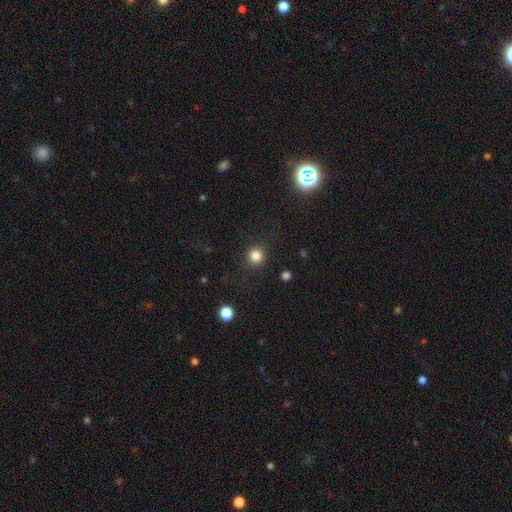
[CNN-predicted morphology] Smooth or featured?
  - smooth: 83% *
  - star or artifact: 13%
  - featured or disk: 5%
How rounded?
  - round: 92% *
  - in between: 7%
  - cigar-shaped: 1%
Merging?
  - none: 89% *
  - minor disturbance: 7%
  - major disturbance: 3%
  - merger: 1%